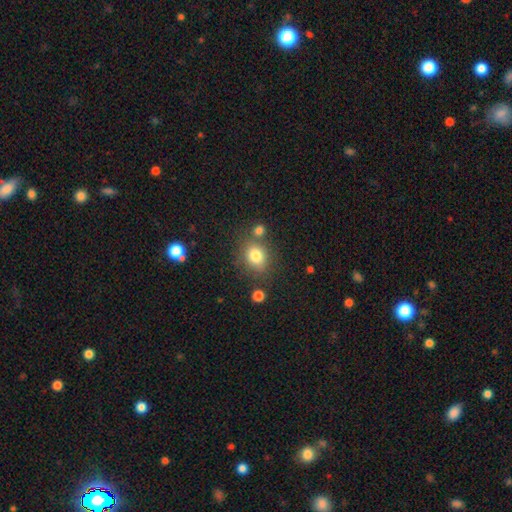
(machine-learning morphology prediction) The model was most divided on "how rounded": round: 62%, in between: 37%, cigar-shaped: 1%. More confident: smooth or featured — smooth (79%); merging — none (68%).